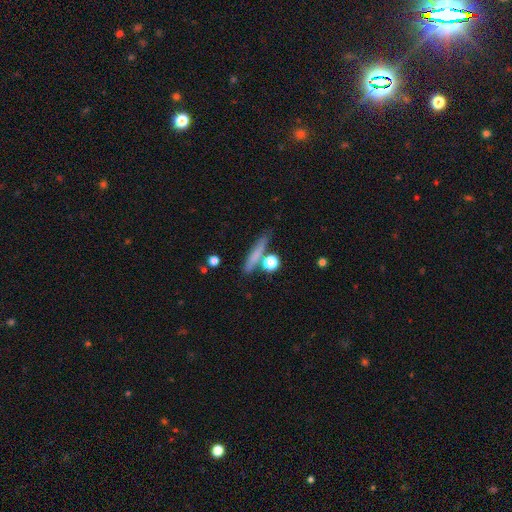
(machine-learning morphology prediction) Smooth or featured? Predicted: smooth (p=0.66). How rounded? Predicted: cigar-shaped (p=0.81). Merging? Predicted: none (p=0.73).